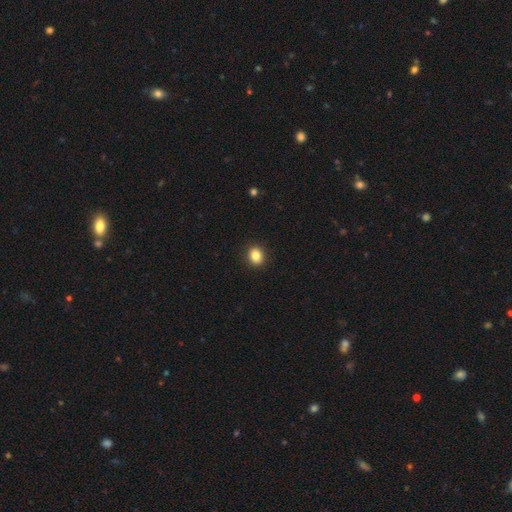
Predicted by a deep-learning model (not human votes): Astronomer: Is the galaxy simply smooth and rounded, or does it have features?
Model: smooth — 85%.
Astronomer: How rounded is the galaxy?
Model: round — 66%.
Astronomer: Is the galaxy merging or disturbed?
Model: none — 92%.